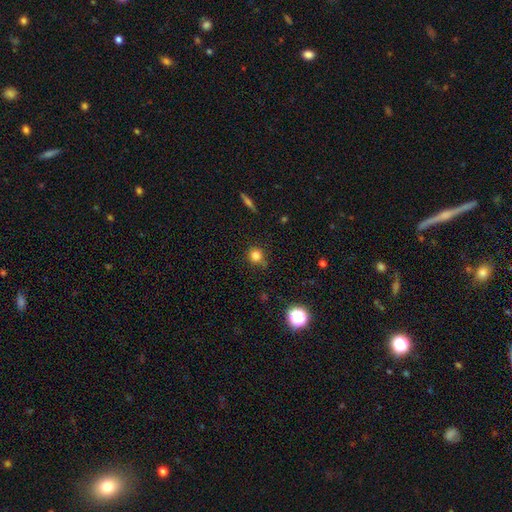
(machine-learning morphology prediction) type=smooth (80%); roundness=round (88%); merging=none (70%).